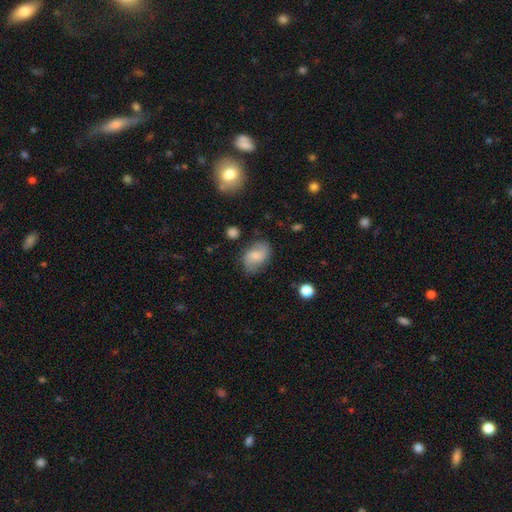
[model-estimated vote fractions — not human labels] This is likely a smooth galaxy (60%). How rounded: clearly in between (85%). Merging: likely none (71%).